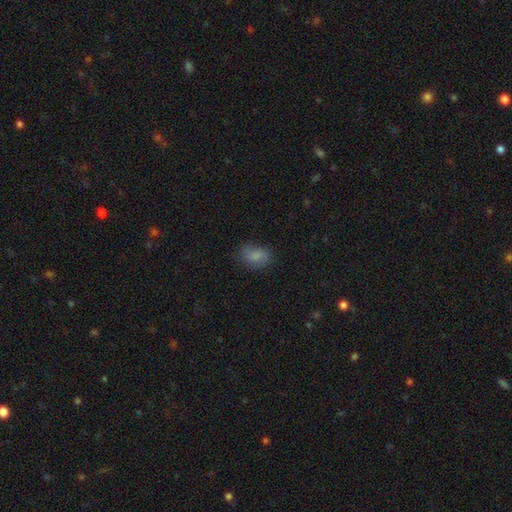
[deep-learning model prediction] A smooth galaxy with no disk features (81%) that is in between round and cigar-shaped (81%). Merging: none (74%).